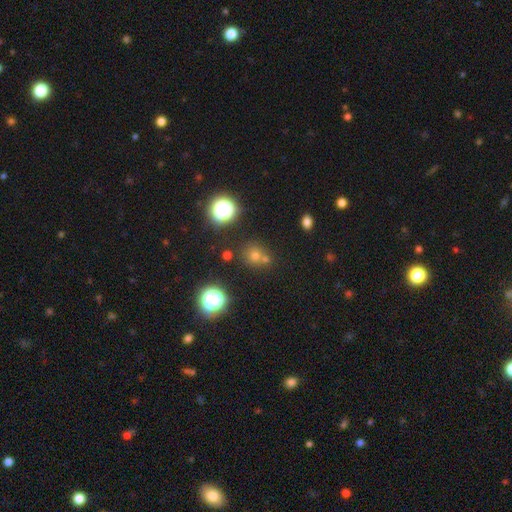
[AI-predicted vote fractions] smooth 58%, star or artifact 32%, featured or disk 9%. Down the decision tree: how rounded — round (87%); merging — none (65%).